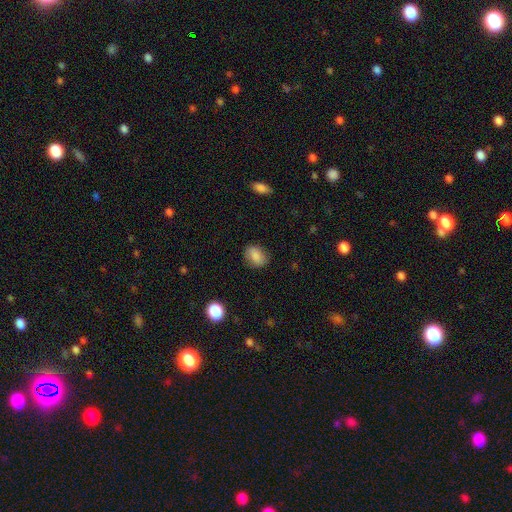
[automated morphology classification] smooth_or_featured: smooth (p=0.85) [alt: star or artifact p=0.09]
how_rounded: in between (p=0.67) [alt: round p=0.31]
merging: none (p=0.82) [alt: minor disturbance p=0.13]